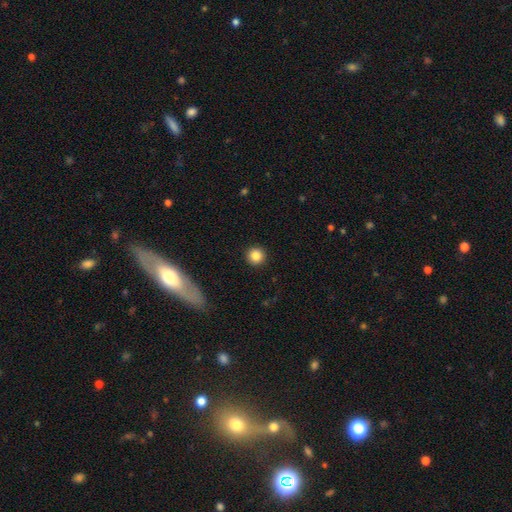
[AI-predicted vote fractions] A smooth galaxy with no disk features (84%) that is round (95%). Merging: none (92%).